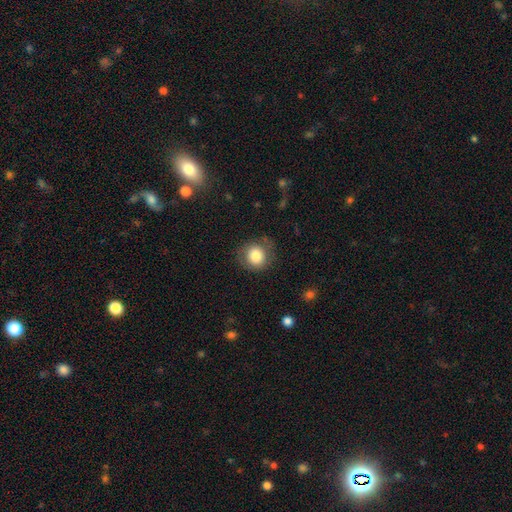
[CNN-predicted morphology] Q: Smooth or featured?
A: smooth (82%); runner-up: star or artifact (9%)
Q: How rounded?
A: round (86%); runner-up: in between (13%)
Q: Merging?
A: none (76%); runner-up: minor disturbance (16%)